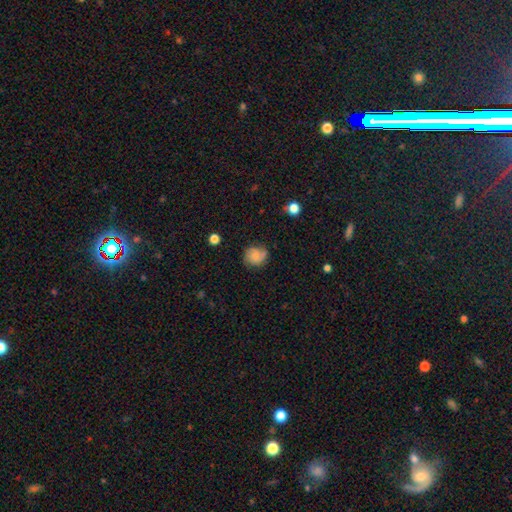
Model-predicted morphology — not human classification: type=smooth (57%); roundness=round (78%); merging=none (70%).